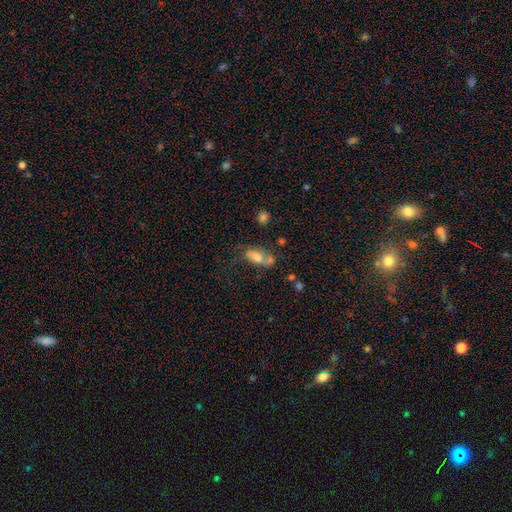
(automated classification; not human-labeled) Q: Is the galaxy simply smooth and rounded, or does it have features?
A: smooth — 56%.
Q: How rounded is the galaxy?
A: in between — 77%.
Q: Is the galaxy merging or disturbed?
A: none — 39%.